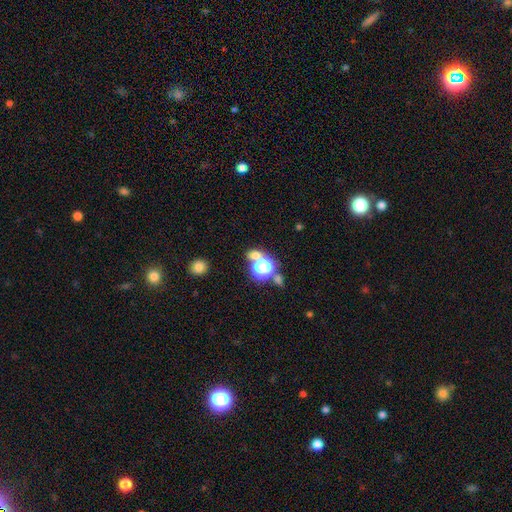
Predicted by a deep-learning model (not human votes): This is possibly a smooth galaxy (59%). How rounded: likely round (68%). Merging: possibly none (59%).